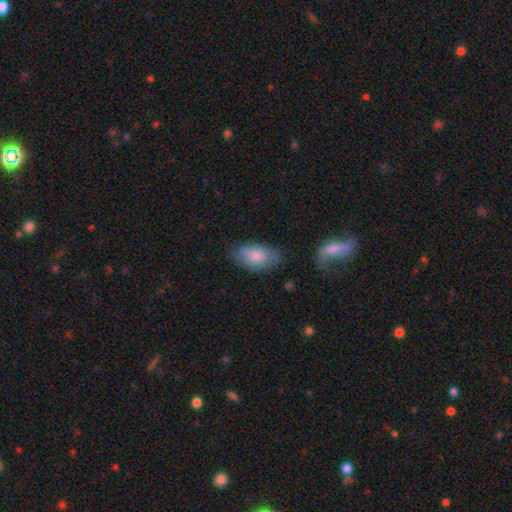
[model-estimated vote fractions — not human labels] smooth 80%, featured or disk 14%, star or artifact 6%. Down the decision tree: how rounded — in between (93%); merging — none (67%).